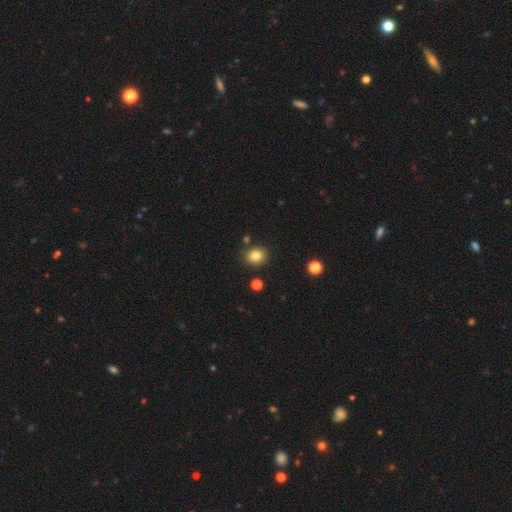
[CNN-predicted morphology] Smooth or featured? Predicted: smooth (p=0.82). How rounded? Predicted: round (p=0.67). Merging? Predicted: none (p=0.85).